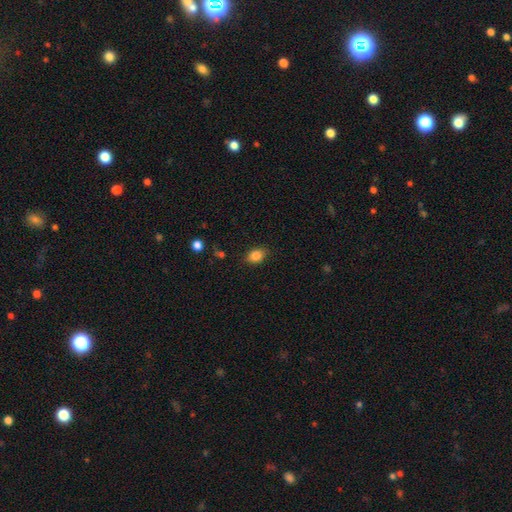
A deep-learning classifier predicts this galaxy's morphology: Smooth or featured? smooth (85%)
How rounded? in between (72%)
Merging? none (83%)